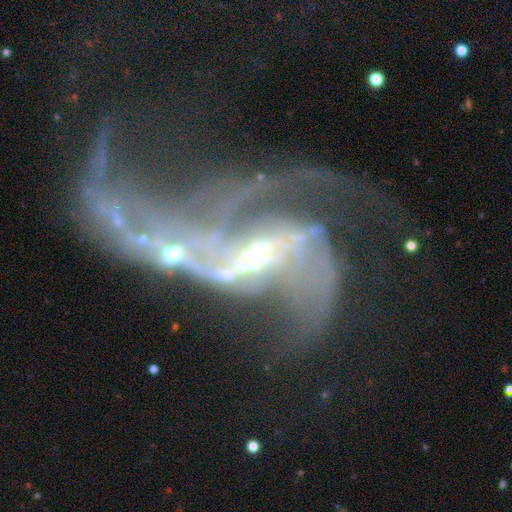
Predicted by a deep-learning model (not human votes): The model was most divided on "bar": no: 49%, weak: 32%, strong: 19%. Remaining: edge-on disk — no (97%); spiral arms — yes (85%); smooth or featured — featured or disk (81%); spiral winding — loose (55%); bulge size — small (53%); merging — merger (49%); spiral arm count — 2 (45%).